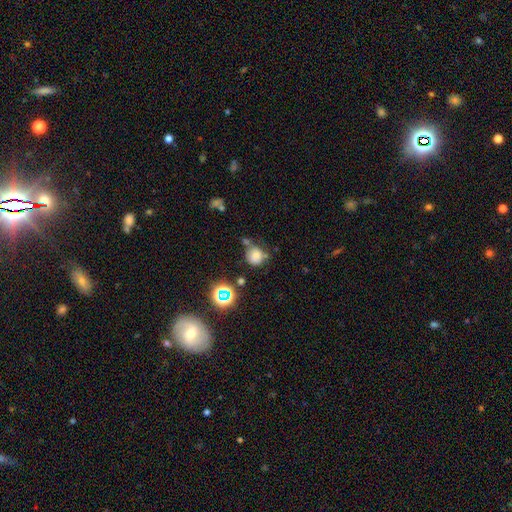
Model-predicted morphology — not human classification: A smooth galaxy with no disk features (70%) that is round (85%).

Vote fractions:
- Smooth or featured? smooth: 70% / star or artifact: 19% / featured or disk: 12%
- How rounded? round: 85% / in between: 14% / cigar-shaped: 1%
- Merging? none: 55% / minor disturbance: 21% / merger: 17% / major disturbance: 7%